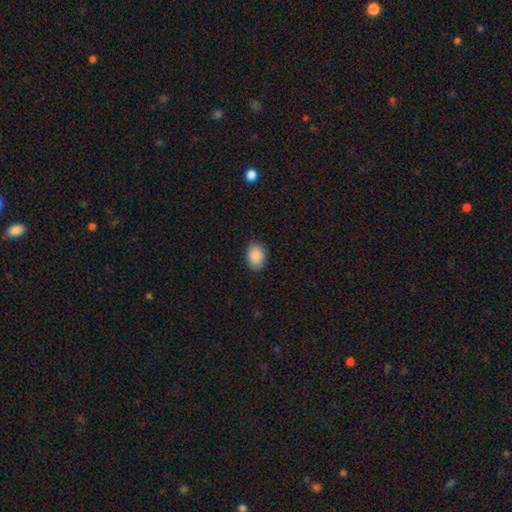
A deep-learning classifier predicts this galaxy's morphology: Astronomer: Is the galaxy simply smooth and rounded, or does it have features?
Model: smooth — 89%.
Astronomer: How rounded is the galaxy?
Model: in between — 76%.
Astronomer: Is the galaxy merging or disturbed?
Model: none — 88%.